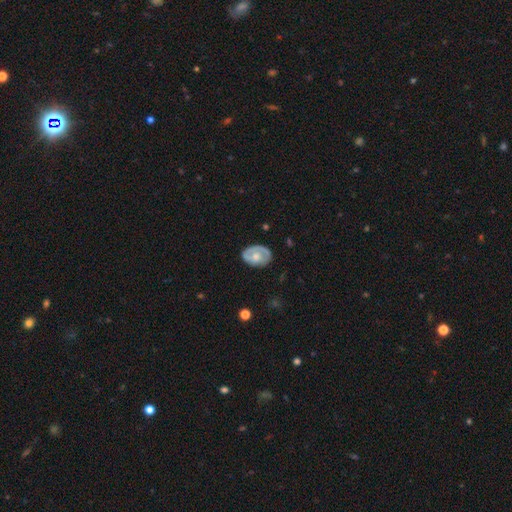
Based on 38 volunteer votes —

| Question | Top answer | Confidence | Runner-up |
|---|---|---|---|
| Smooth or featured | featured or disk | 61% | smooth (34%) |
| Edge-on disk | no | 100% | — |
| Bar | no | 78% | weak (17%) |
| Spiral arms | yes | 65% | no (35%) |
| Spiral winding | tight | 60% | medium (40%) |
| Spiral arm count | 1 | 93% | 2 (7%) |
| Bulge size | moderate | 48% | small (39%) |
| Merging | none | 64% | minor disturbance (22%) |